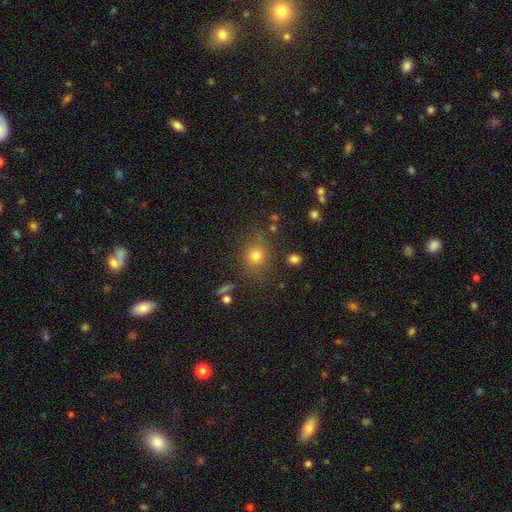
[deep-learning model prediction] A smooth galaxy with no disk features (74%) that is round (74%).

Vote fractions:
- Smooth or featured? smooth: 74% / star or artifact: 18% / featured or disk: 9%
- How rounded? round: 74% / in between: 25% / cigar-shaped: 1%
- Merging? none: 79% / minor disturbance: 12% / major disturbance: 5% / merger: 4%